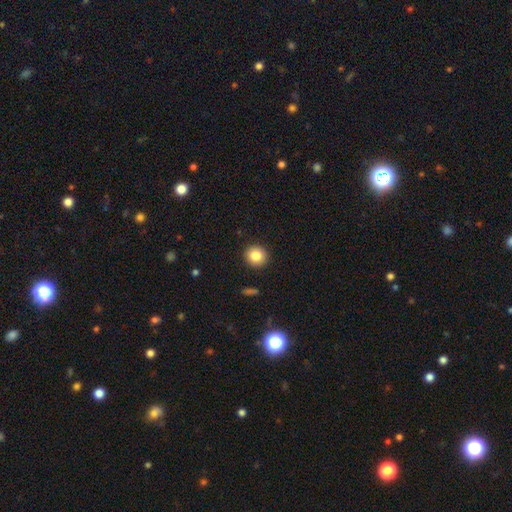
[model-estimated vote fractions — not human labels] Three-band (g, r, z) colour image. It shows a smooth galaxy with no disk features (84%) that is round (90%). Merging: none (92%).